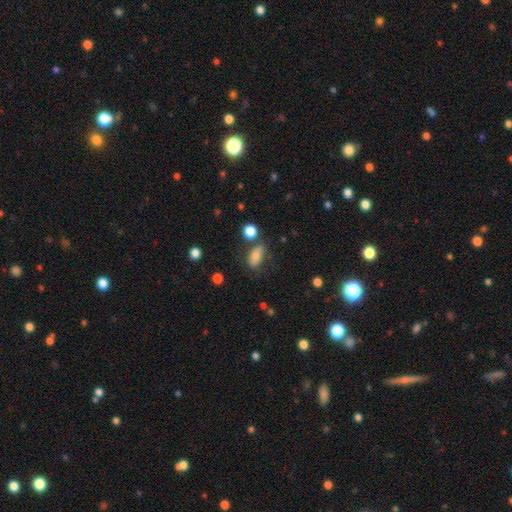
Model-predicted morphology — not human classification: Smooth or featured?
  - smooth: 76% *
  - featured or disk: 13%
  - star or artifact: 10%
How rounded?
  - in between: 85% *
  - round: 9%
  - cigar-shaped: 5%
Merging?
  - none: 62% *
  - minor disturbance: 21%
  - merger: 9%
  - major disturbance: 8%